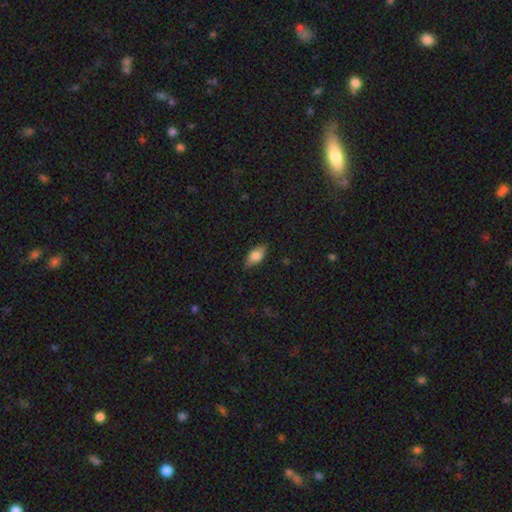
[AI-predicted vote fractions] The model was most divided on "smooth or featured": smooth: 72%, featured or disk: 20%, star or artifact: 8%. More confident: how rounded — in between (87%); merging — none (81%).